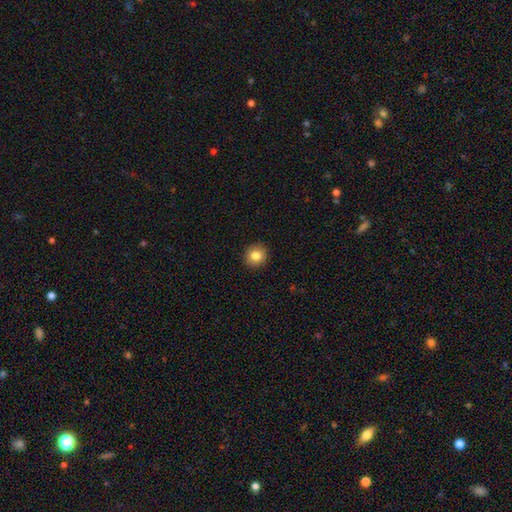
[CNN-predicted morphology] A smooth galaxy with no disk features (83%) that is round (88%).

Vote fractions:
- Smooth or featured? smooth: 83% / star or artifact: 9% / featured or disk: 7%
- How rounded? round: 88% / in between: 11% / cigar-shaped: 1%
- Merging? none: 92% / minor disturbance: 5% / major disturbance: 2% / merger: 1%